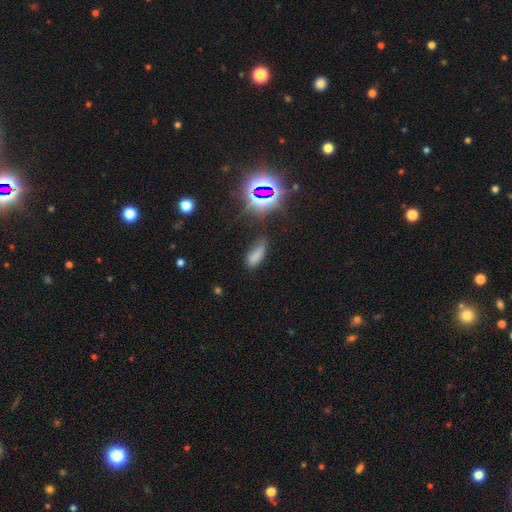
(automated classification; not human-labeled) A smooth galaxy with no disk features (69%) that is in between round and cigar-shaped (65%).

Vote fractions:
- Smooth or featured? smooth: 69% / star or artifact: 22% / featured or disk: 9%
- How rounded? in between: 65% / cigar-shaped: 31% / round: 4%
- Merging? none: 55% / minor disturbance: 28% / major disturbance: 13% / merger: 5%